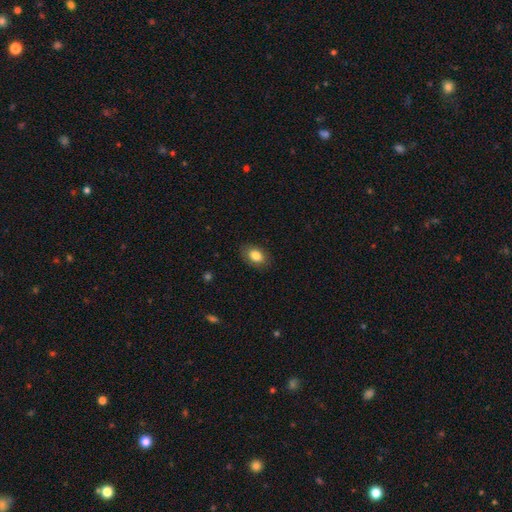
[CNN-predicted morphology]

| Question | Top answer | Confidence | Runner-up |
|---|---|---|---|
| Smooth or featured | smooth | 83% | featured or disk (9%) |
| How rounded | in between | 85% | round (14%) |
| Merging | none | 85% | minor disturbance (11%) |